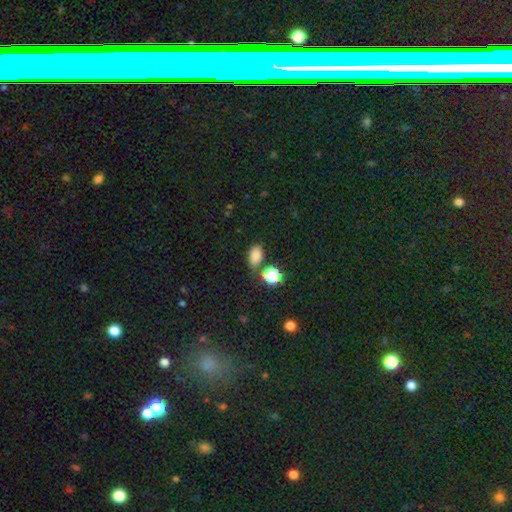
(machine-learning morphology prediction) Smooth or featured? smooth (80%)
How rounded? in between (84%)
Merging? none (69%)